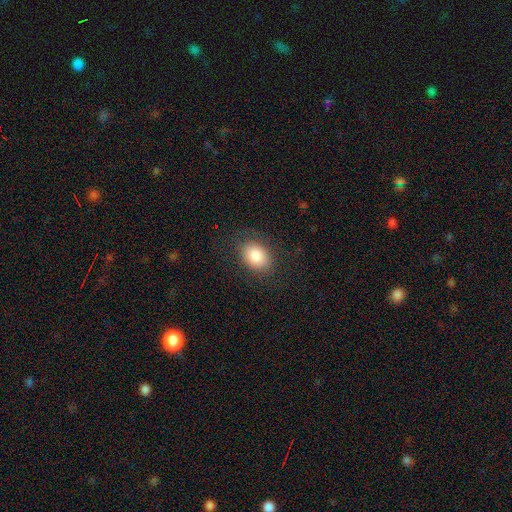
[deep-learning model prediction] smooth-or-featured: smooth: 85% | featured or disk: 8% | star or artifact: 8%
  how-rounded: in between: 77% | round: 22% | cigar-shaped: 1%
  merging: none: 80% | minor disturbance: 13% | major disturbance: 6% | merger: 1%